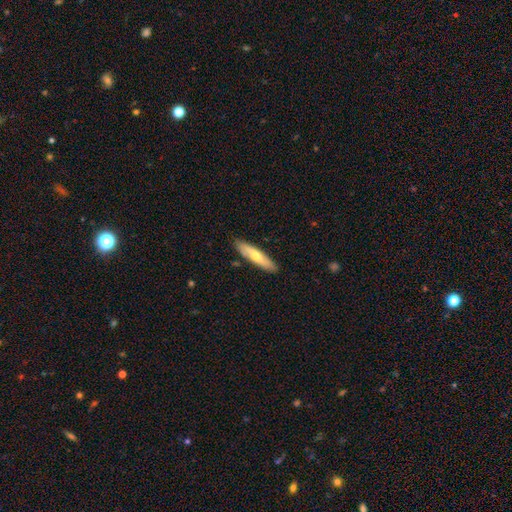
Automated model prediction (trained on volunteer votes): Q: Smooth or featured?
A: smooth (56%); runner-up: featured or disk (39%)
Q: How rounded?
A: cigar-shaped (78%); runner-up: in between (21%)
Q: Merging?
A: none (86%); runner-up: minor disturbance (11%)